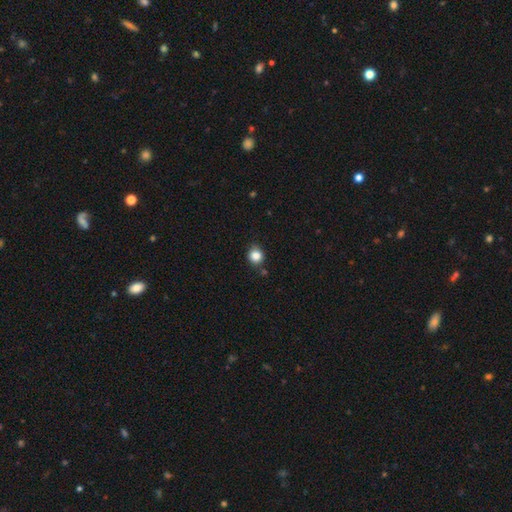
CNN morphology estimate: This appears to be a smooth galaxy with no disk features (84%) that is round (83%). Merging: none (80%).